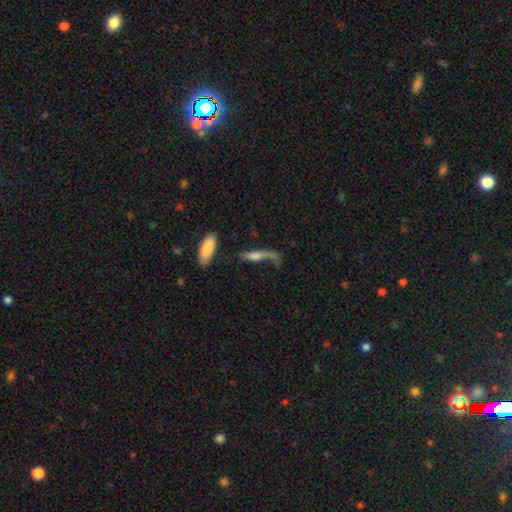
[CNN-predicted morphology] Smooth or featured: smooth — 46% (featured or disk — 41%)
Merging: none — 37% (major disturbance — 30%)